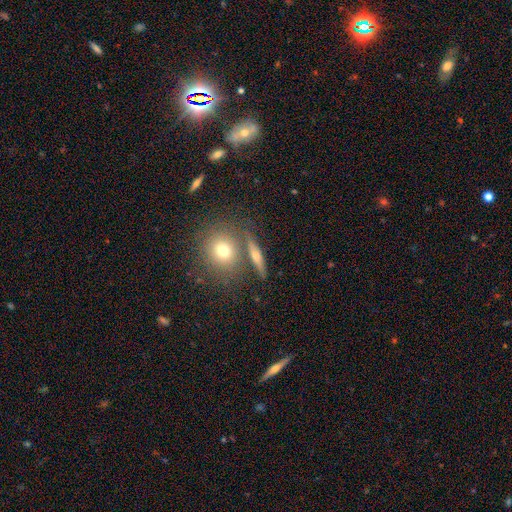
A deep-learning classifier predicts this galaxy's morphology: A smooth galaxy with no disk features (52%) that is cigar-shaped (49%). Merging: none (74%).